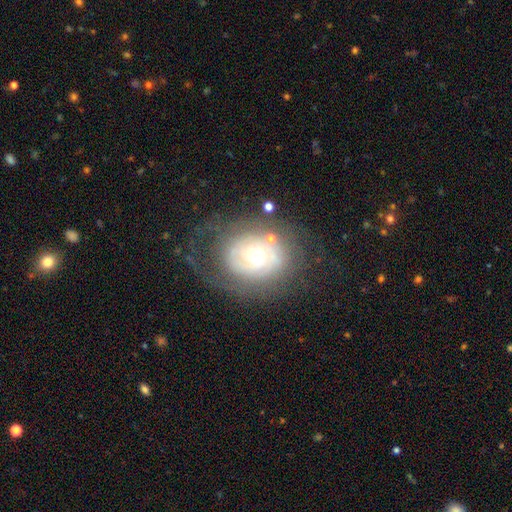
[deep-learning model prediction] Overall: featured or disk (64%; smooth 27%). Edge-on disk: no (96%). Bar: no (74%). Spiral arms: yes (59%; no 41%). Bulge size: moderate (64%; small 25%). Merging: none (51%; major disturbance 23%).